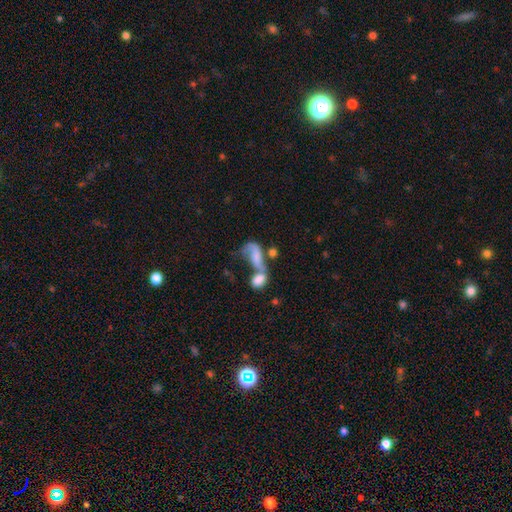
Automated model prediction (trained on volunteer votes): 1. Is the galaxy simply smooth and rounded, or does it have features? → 47% smooth, 42% featured or disk, 11% star or artifact.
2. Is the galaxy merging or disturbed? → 65% merger, 16% major disturbance, 12% none, 7% minor disturbance.